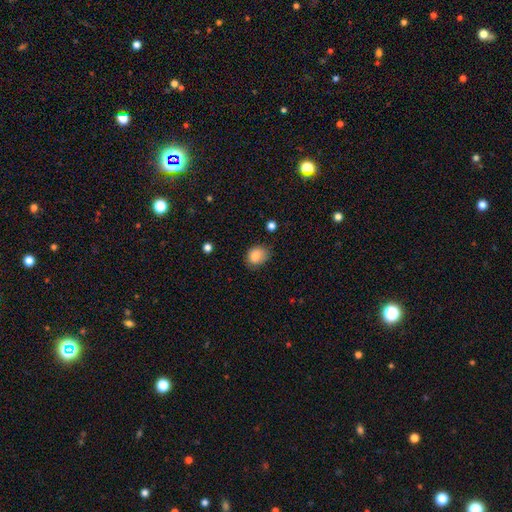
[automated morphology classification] Overall: smooth (86%). How rounded: round (53%; in between 46%). Merging: none (67%).